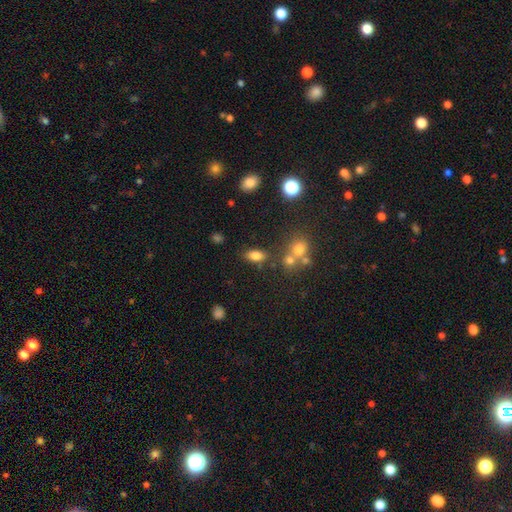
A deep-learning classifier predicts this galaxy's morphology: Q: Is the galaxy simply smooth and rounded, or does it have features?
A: smooth — 79%.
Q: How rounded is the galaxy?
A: in between — 87%.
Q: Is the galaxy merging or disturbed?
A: none — 73%.